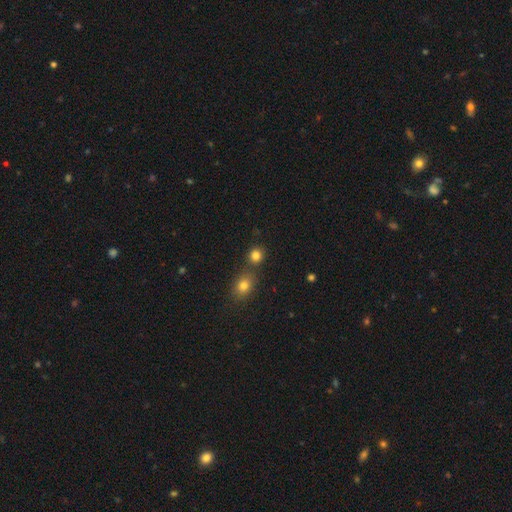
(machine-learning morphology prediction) Smooth or featured? Predicted: smooth (p=0.82). How rounded? Predicted: round (p=0.80). Merging? Predicted: none (p=0.68).